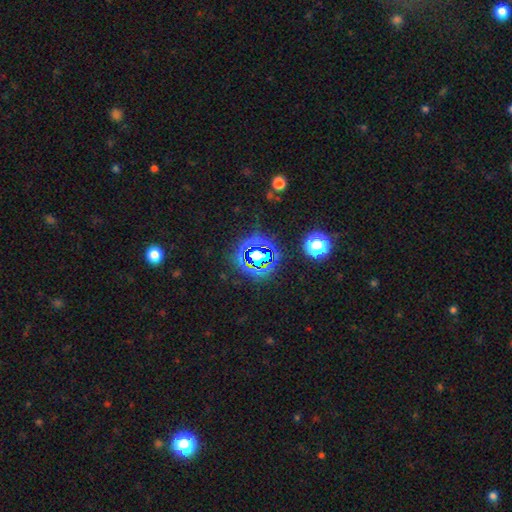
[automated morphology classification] Q: Smooth or featured?
A: star or artifact (74%); runner-up: smooth (17%)